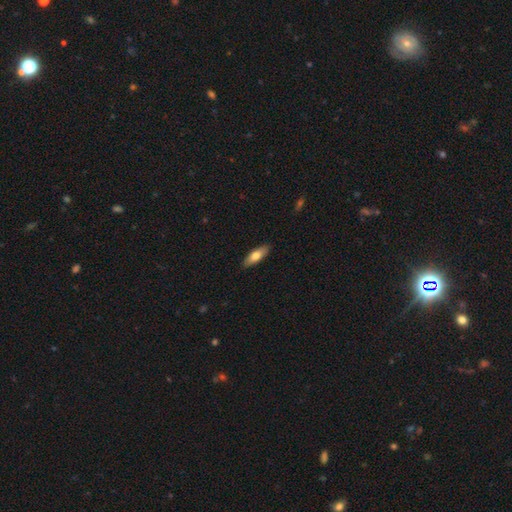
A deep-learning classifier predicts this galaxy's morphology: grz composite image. It shows a smooth galaxy with no disk features (70%) that is in between round and cigar-shaped (59%). Merging: none (88%).